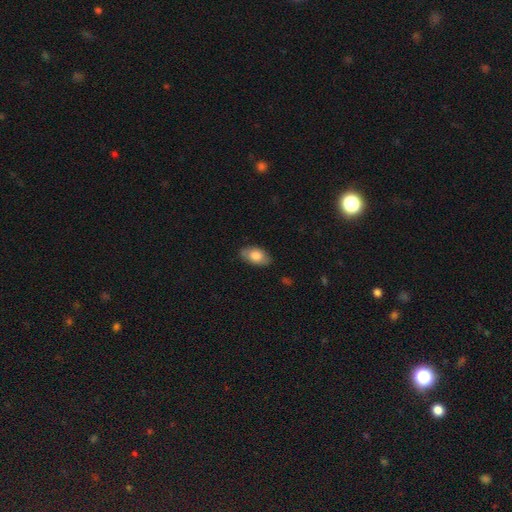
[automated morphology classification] This appears to be a smooth galaxy with no disk features (78%) that is in between round and cigar-shaped (92%). Merging: none (82%).